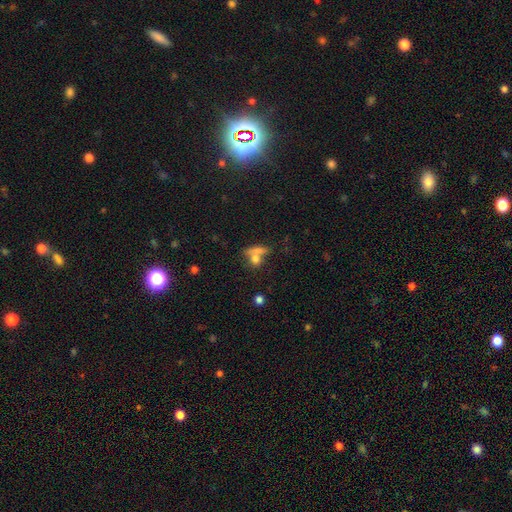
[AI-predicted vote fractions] Smooth or featured?
  - smooth: 69% *
  - featured or disk: 18%
  - star or artifact: 13%
How rounded?
  - round: 44% *
  - in between: 41%
  - cigar-shaped: 15%
Merging?
  - merger: 43% *
  - none: 36%
  - minor disturbance: 11%
  - major disturbance: 10%